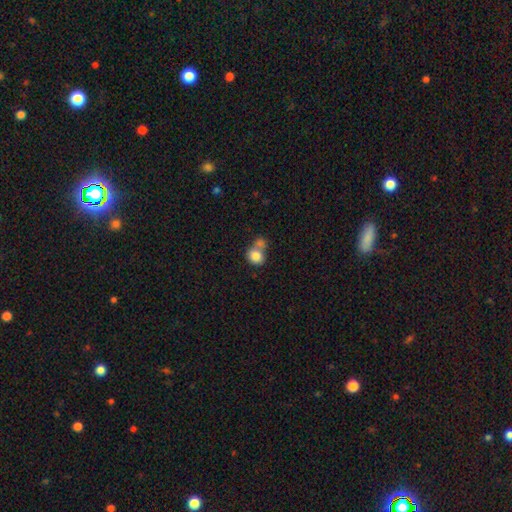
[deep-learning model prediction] Q: Smooth or featured?
A: smooth (82%); runner-up: featured or disk (9%)
Q: How rounded?
A: round (74%); runner-up: in between (25%)
Q: Merging?
A: merger (50%); runner-up: none (36%)